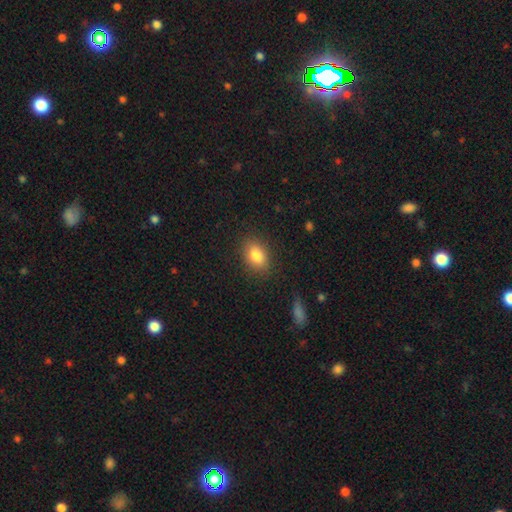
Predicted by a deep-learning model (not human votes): A smooth galaxy with no disk features (83%) that is in between round and cigar-shaped (79%). Merging: none (85%).